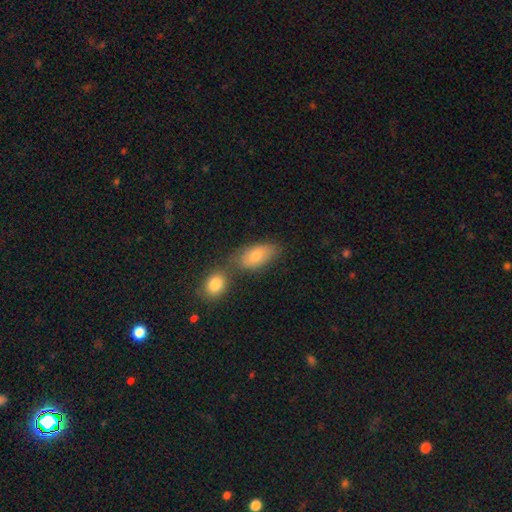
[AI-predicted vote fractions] Overall: smooth (75%). How rounded: in between (88%). Merging: none (49%; merger 33%).